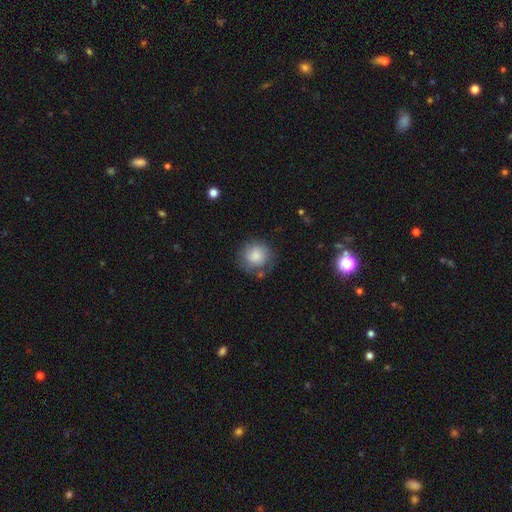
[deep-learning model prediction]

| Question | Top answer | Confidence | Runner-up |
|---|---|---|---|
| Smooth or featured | smooth | 80% | featured or disk (12%) |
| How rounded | round | 89% | in between (10%) |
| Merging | none | 69% | minor disturbance (20%) |